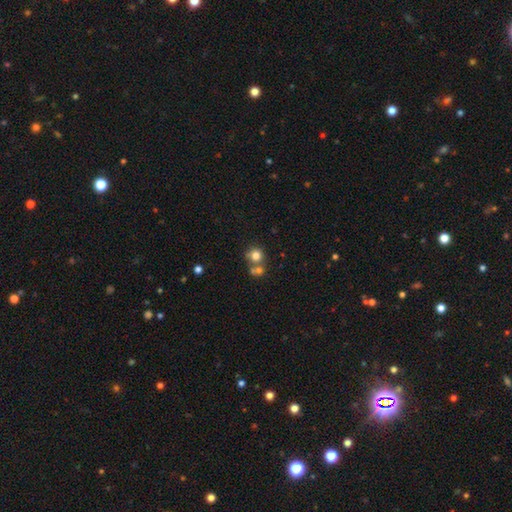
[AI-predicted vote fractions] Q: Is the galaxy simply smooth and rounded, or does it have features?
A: smooth — 76%.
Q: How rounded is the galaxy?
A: round — 86%.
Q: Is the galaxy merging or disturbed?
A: none — 49%.